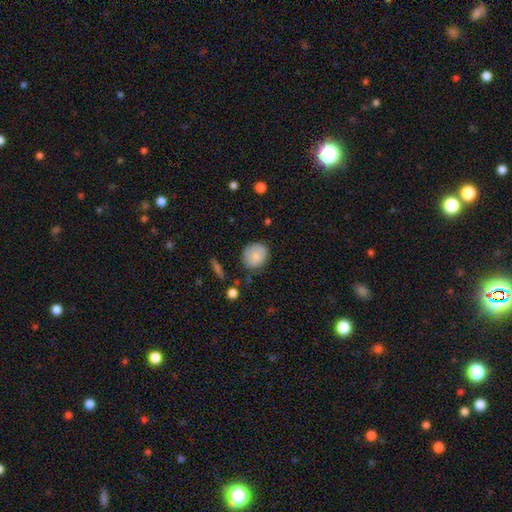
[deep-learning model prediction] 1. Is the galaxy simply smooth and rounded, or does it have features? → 78% smooth, 15% featured or disk, 7% star or artifact.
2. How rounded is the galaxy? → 74% round, 25% in between, 1% cigar-shaped.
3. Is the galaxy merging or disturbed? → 72% none, 21% minor disturbance, 5% major disturbance, 2% merger.